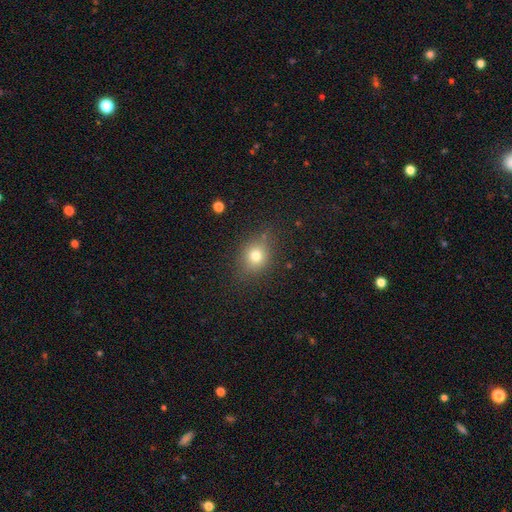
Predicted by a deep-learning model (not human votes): Q: Smooth or featured?
A: smooth (75%); runner-up: star or artifact (14%)
Q: How rounded?
A: round (66%); runner-up: in between (33%)
Q: Merging?
A: none (77%); runner-up: minor disturbance (15%)